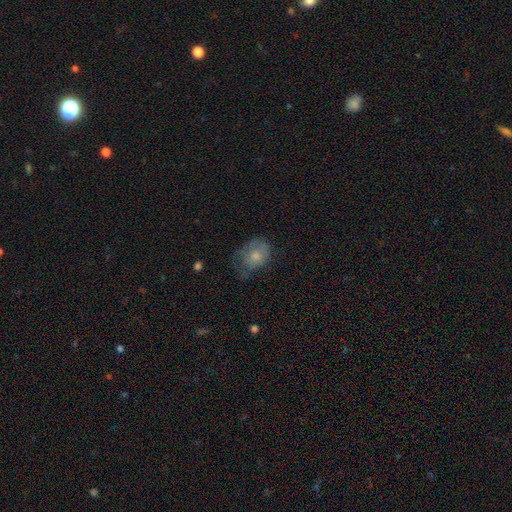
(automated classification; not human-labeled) Q: Smooth or featured?
A: smooth (65%); runner-up: featured or disk (26%)
Q: How rounded?
A: in between (61%); runner-up: round (38%)
Q: Merging?
A: none (39%); runner-up: minor disturbance (35%)